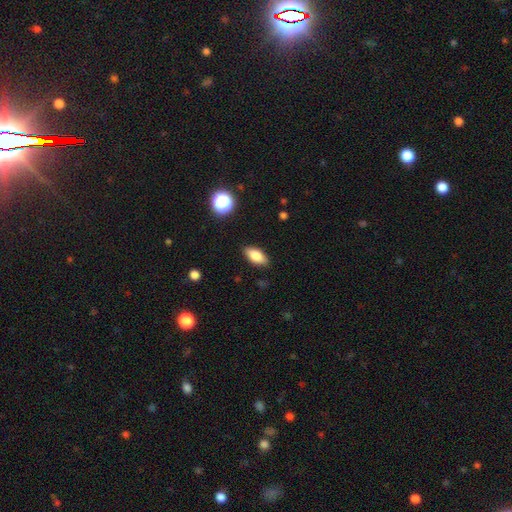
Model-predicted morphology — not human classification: The model was most divided on "smooth or featured": smooth: 82%, featured or disk: 10%, star or artifact: 8%. More confident: how rounded — in between (87%); merging — none (87%).